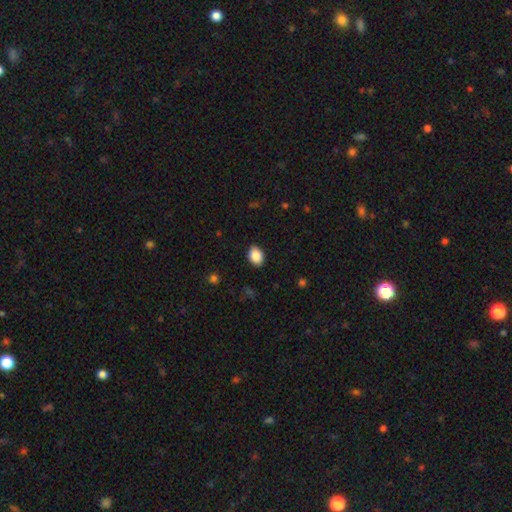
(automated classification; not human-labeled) smooth_or_featured: smooth (p=0.89) [alt: star or artifact p=0.08]
how_rounded: in between (p=0.74) [alt: round p=0.25]
merging: none (p=0.88) [alt: minor disturbance p=0.09]